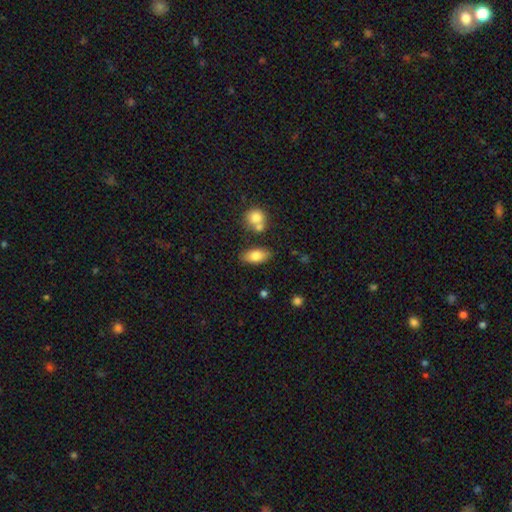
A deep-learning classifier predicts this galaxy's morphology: This appears to be a smooth galaxy with no disk features (77%) that is in between round and cigar-shaped (86%). Merging: none (76%).